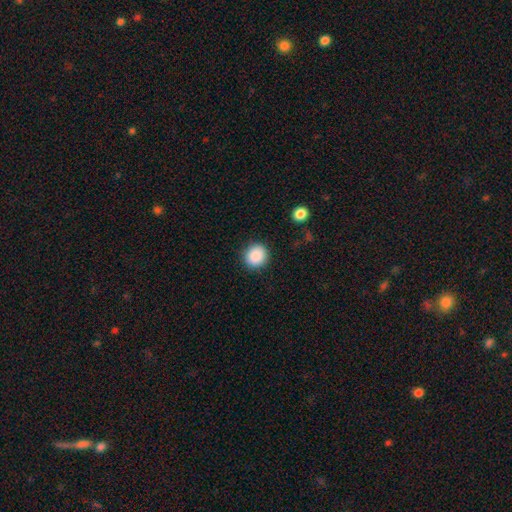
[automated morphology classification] Smooth or featured? Predicted: smooth (p=0.89). How rounded? Predicted: round (p=0.89). Merging? Predicted: none (p=0.90).